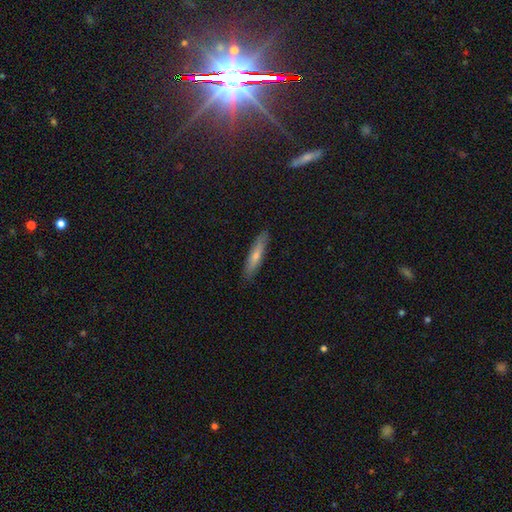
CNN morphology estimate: Q: Smooth or featured?
A: smooth (59%); runner-up: featured or disk (34%)
Q: How rounded?
A: cigar-shaped (87%); runner-up: in between (11%)
Q: Merging?
A: none (88%); runner-up: minor disturbance (9%)